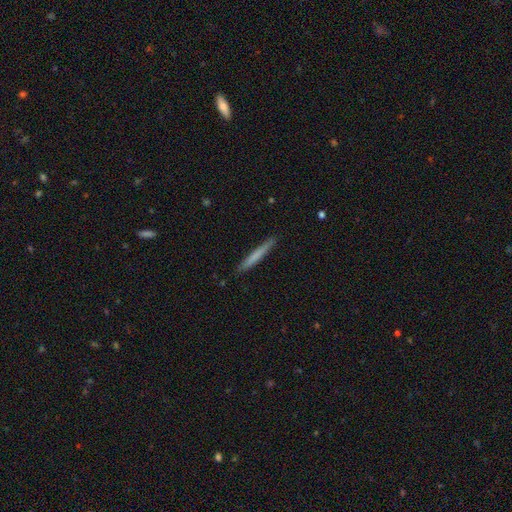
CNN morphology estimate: Smooth or featured? smooth (70%)
How rounded? cigar-shaped (97%)
Merging? none (90%)